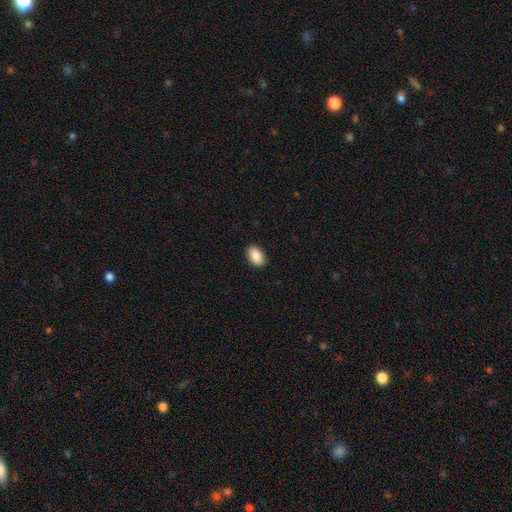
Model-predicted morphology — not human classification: Q: Smooth or featured?
A: smooth (89%); runner-up: star or artifact (7%)
Q: How rounded?
A: in between (92%); runner-up: round (7%)
Q: Merging?
A: none (90%); runner-up: minor disturbance (7%)